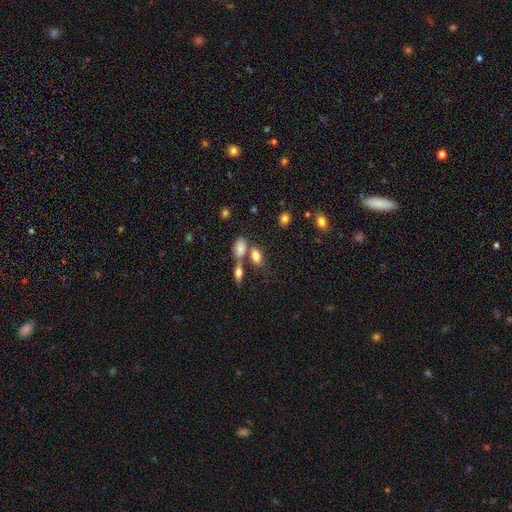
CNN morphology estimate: Smooth or featured?
  - smooth: 79% *
  - featured or disk: 12%
  - star or artifact: 10%
How rounded?
  - in between: 86% *
  - round: 8%
  - cigar-shaped: 6%
Merging?
  - none: 49% *
  - merger: 34%
  - minor disturbance: 12%
  - major disturbance: 5%